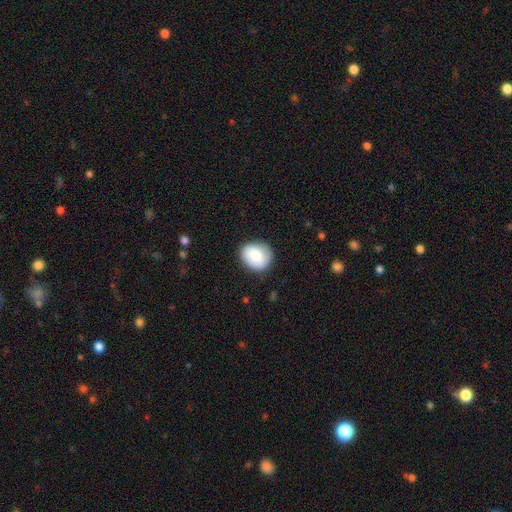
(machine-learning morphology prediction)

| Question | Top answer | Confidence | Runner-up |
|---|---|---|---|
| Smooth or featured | smooth | 76% | featured or disk (17%) |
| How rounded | round | 66% | in between (33%) |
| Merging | none | 80% | minor disturbance (14%) |